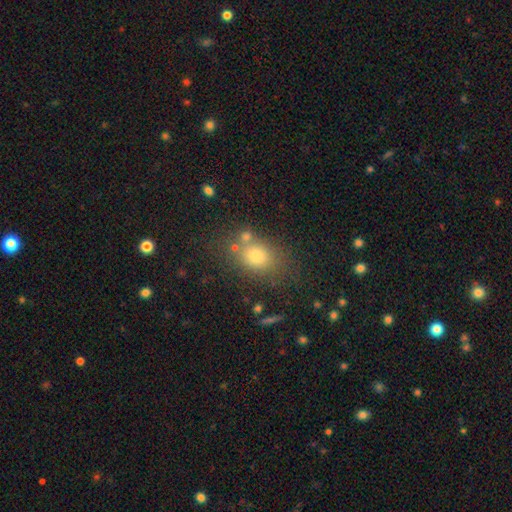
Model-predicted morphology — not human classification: This is likely a smooth galaxy (76%). How rounded: possibly in between (57%). Merging: likely none (68%).